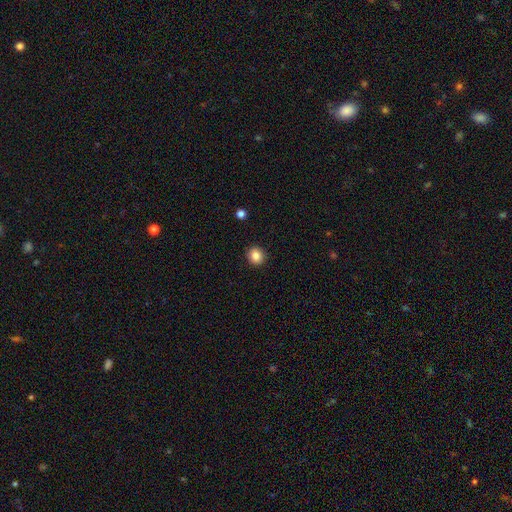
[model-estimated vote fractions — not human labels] Smooth or featured? smooth (85%)
How rounded? round (85%)
Merging? none (92%)